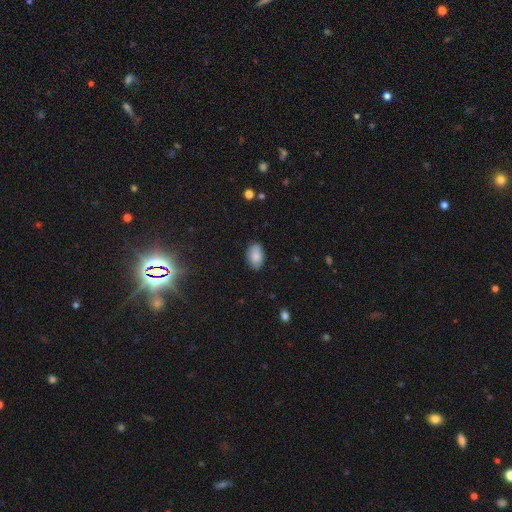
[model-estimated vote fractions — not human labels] A smooth galaxy with no disk features (84%) that is in between round and cigar-shaped (90%).

Vote fractions:
- Smooth or featured? smooth: 84% / featured or disk: 8% / star or artifact: 8%
- How rounded? in between: 90% / round: 9% / cigar-shaped: 1%
- Merging? none: 81% / minor disturbance: 15% / major disturbance: 3% / merger: 1%